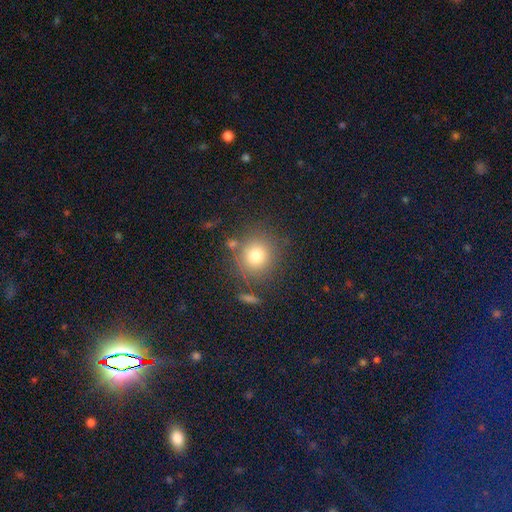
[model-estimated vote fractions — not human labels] Morphology: type=smooth (77%); roundness=round (87%); merging=none (78%).